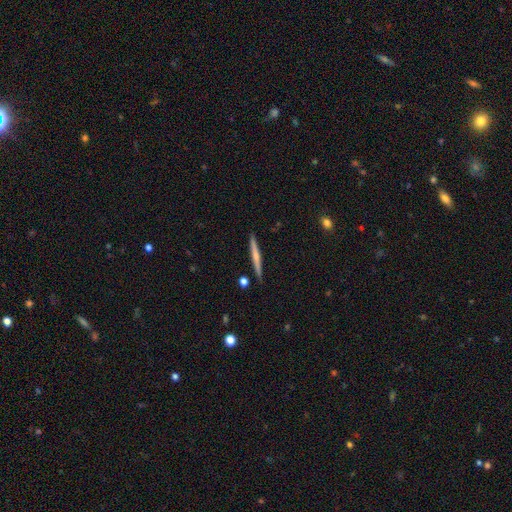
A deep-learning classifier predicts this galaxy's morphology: Smooth or featured? Predicted: featured or disk (p=0.49). Merging? Predicted: none (p=0.90).